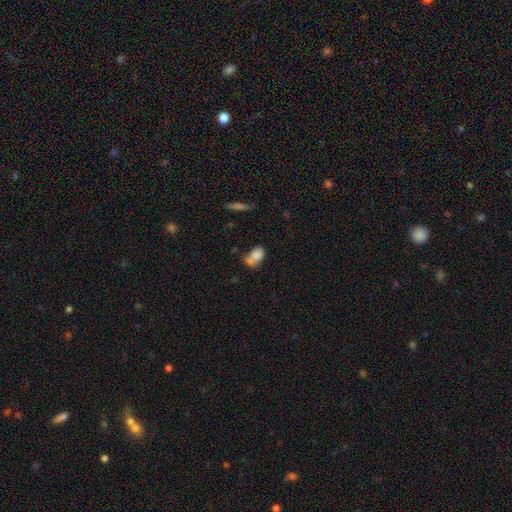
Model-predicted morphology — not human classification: type=smooth (79%); roundness=in between (84%); merging=merger (38%).